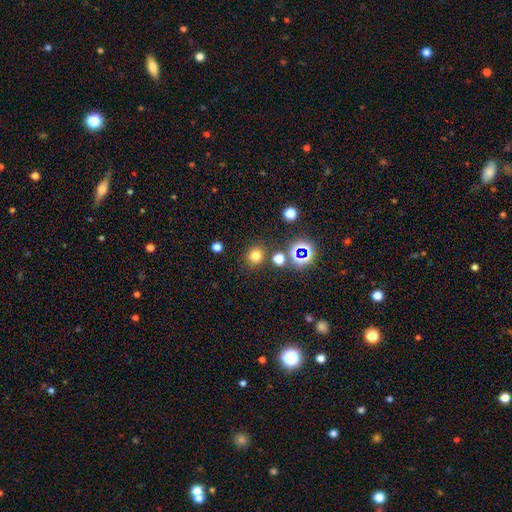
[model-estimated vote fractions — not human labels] Q: Smooth or featured?
A: smooth (72%); runner-up: star or artifact (22%)
Q: How rounded?
A: round (85%); runner-up: in between (14%)
Q: Merging?
A: none (82%); runner-up: minor disturbance (8%)